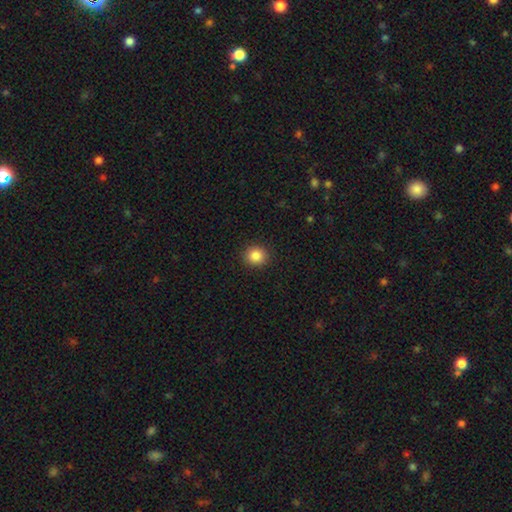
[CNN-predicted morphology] Smooth or featured? Predicted: smooth (p=0.86). How rounded? Predicted: round (p=0.86). Merging? Predicted: none (p=0.91).